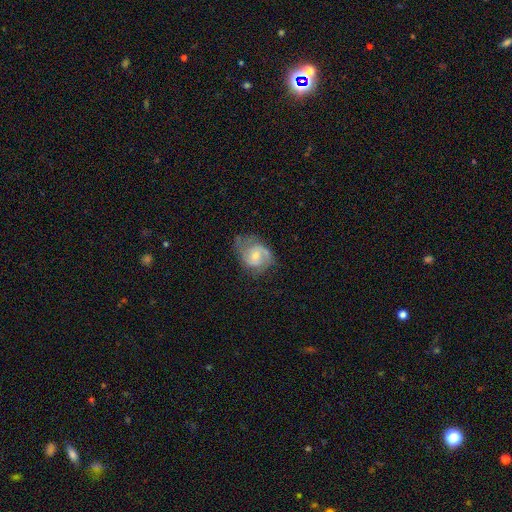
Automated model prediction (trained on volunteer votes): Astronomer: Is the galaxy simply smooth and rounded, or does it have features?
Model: featured or disk — 75%.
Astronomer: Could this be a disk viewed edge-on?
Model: no — 98%.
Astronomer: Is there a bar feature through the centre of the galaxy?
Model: no — 55% (runner-up: weak, 39%).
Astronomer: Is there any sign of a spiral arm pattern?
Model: yes — 92%.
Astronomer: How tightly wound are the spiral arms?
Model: medium — 50% (runner-up: tight, 29%).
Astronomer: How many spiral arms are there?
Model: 2 — 75%.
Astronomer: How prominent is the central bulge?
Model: small — 49% (runner-up: moderate, 44%).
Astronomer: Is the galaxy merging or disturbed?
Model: none — 55%.